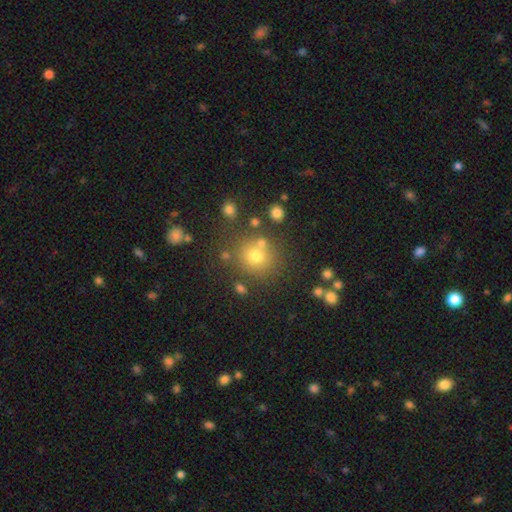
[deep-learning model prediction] Smooth or featured? smooth (71%)
How rounded? round (88%)
Merging? none (73%)